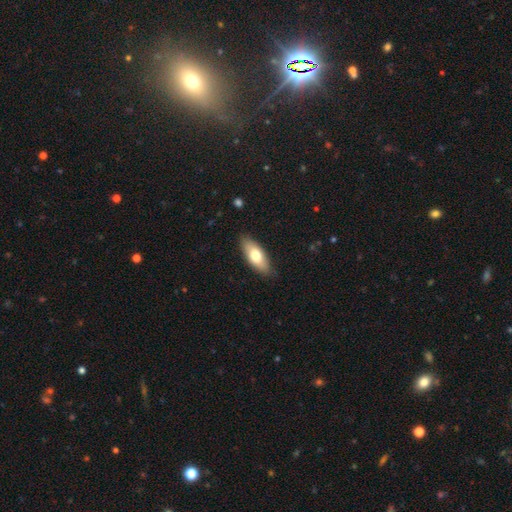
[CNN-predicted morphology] This is likely a smooth galaxy (71%). How rounded: likely in between (77%). Merging: clearly none (86%).